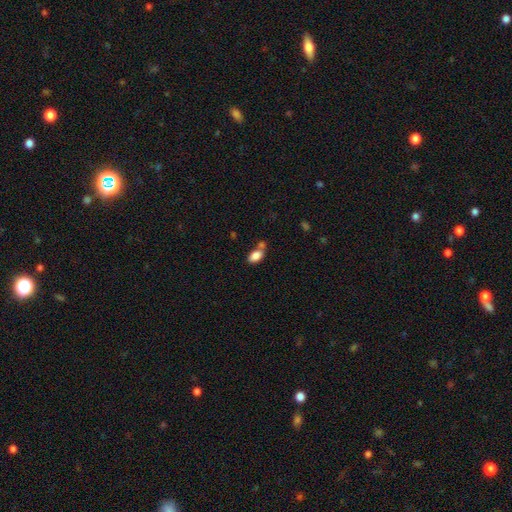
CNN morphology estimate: smooth 84%, star or artifact 8%, featured or disk 7%. Down the decision tree: how rounded — in between (91%); merging — none (46%).